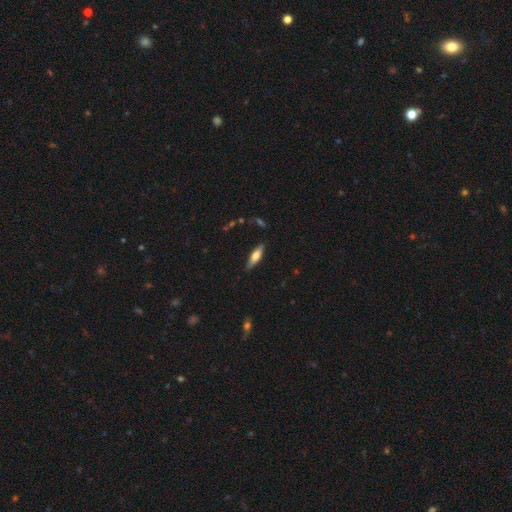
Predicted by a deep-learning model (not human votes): The model was most divided on "smooth or featured": smooth: 59%, featured or disk: 35%, star or artifact: 6%. More confident: merging — none (82%); how rounded — cigar-shaped (61%).